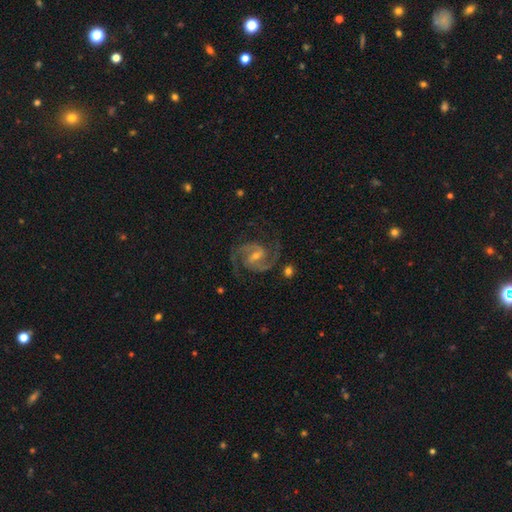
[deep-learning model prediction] A featured or disk galaxy (93%) with a weak bar (51%), 2 (92%) medium (64%) spiral arms (99%) and a small central bulge (56%). Merging: none (81%).